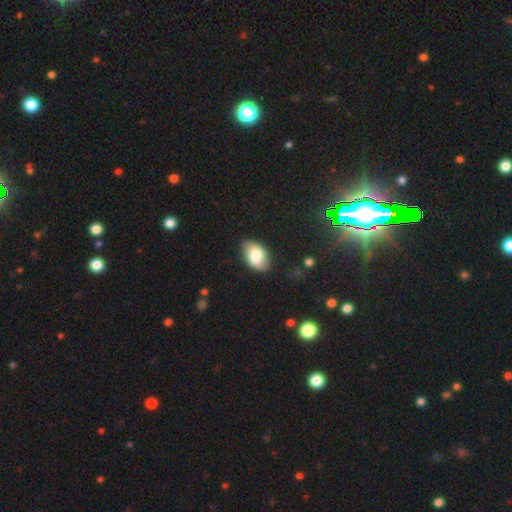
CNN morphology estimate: Smooth or featured?
  - smooth: 79% *
  - featured or disk: 14%
  - star or artifact: 7%
How rounded?
  - in between: 91% *
  - round: 7%
  - cigar-shaped: 1%
Merging?
  - none: 79% *
  - minor disturbance: 16%
  - major disturbance: 3%
  - merger: 1%